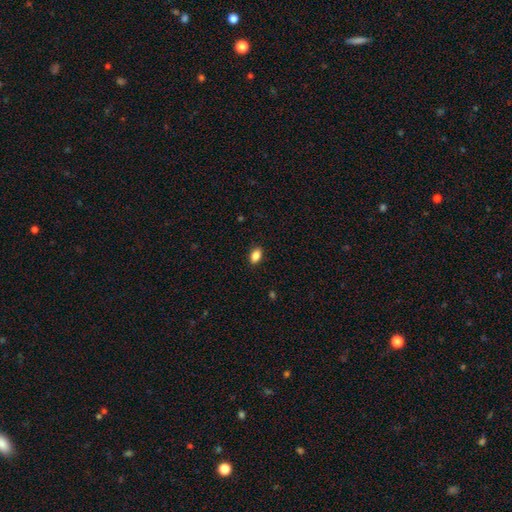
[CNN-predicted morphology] The model was most divided on "smooth or featured": smooth: 87%, star or artifact: 9%, featured or disk: 5%. More confident: merging — none (89%); how rounded — in between (89%).